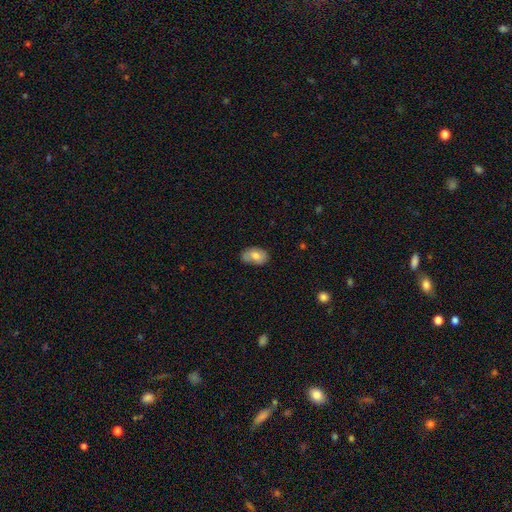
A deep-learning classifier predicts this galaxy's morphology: This is likely a smooth galaxy (74%). How rounded: clearly in between (88%). Merging: possibly none (58%).